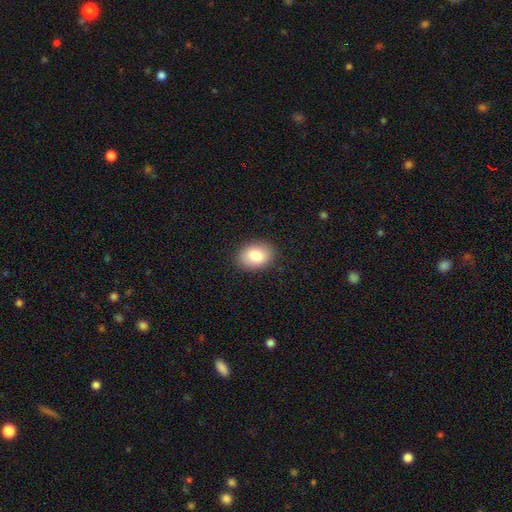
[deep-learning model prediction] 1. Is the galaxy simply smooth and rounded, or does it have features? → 84% smooth, 9% featured or disk, 7% star or artifact.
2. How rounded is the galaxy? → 75% in between, 24% round, 1% cigar-shaped.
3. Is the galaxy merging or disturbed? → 89% none, 8% minor disturbance, 2% major disturbance, 1% merger.